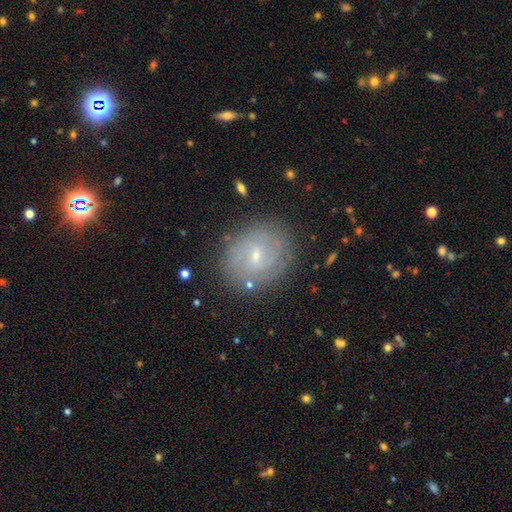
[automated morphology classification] type=featured or disk (67%); edge-on=no (97%); bar=weak (53%); spiral arms=yes (84%); winding=tight (56%); arm count=2 (43%); bulge=small (75%); merging=none (82%).